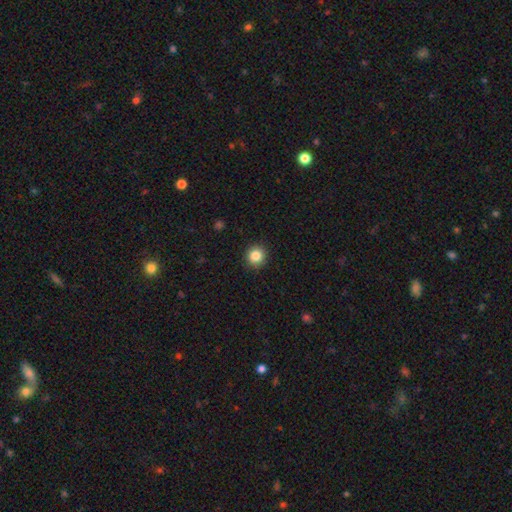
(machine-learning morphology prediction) Overall: smooth (85%). How rounded: round (92%). Merging: none (91%).